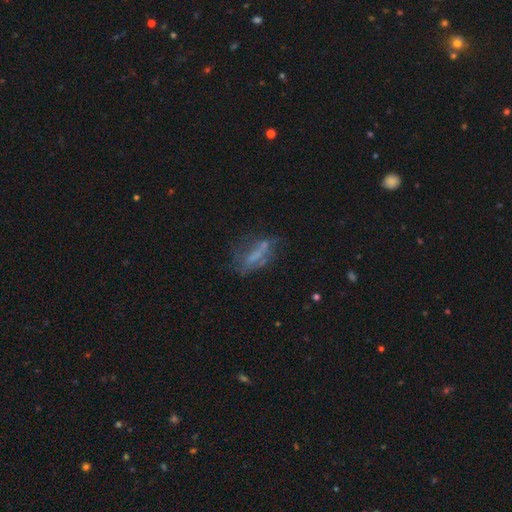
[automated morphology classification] Q: Smooth or featured?
A: featured or disk (50%); runner-up: smooth (34%)
Q: Merging?
A: none (41%); runner-up: major disturbance (28%)